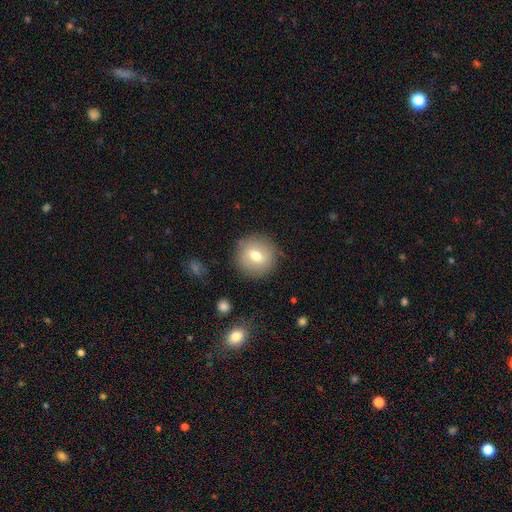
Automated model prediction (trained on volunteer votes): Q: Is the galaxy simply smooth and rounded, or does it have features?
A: smooth — 70%.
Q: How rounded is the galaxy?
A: round — 91%.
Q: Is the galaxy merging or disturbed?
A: none — 85%.